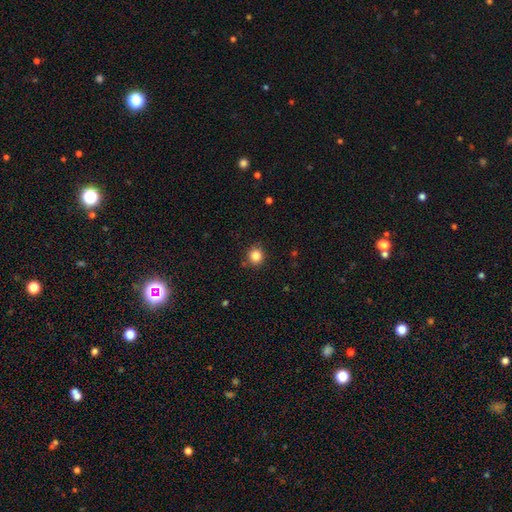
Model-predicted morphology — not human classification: Smooth or featured: smooth — 84% (star or artifact — 11%)
How rounded: round — 87% (in between — 12%)
Merging: none — 85% (minor disturbance — 10%)